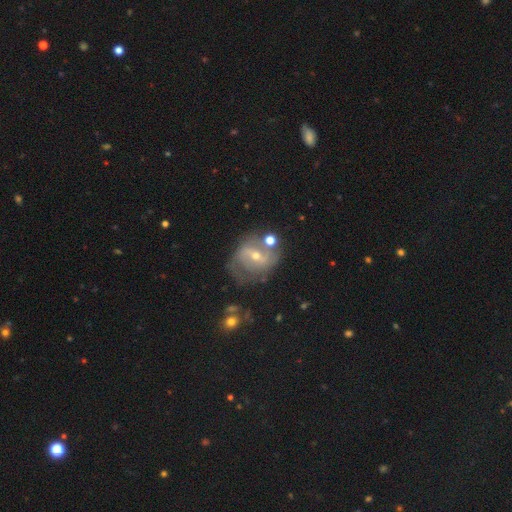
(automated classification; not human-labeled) Smooth or featured: featured or disk — 78% (smooth — 14%)
Edge-on disk: no — 96% (yes — 4%)
Bar: weak — 42% (strong — 40%)
Spiral arms: yes — 83% (no — 17%)
Spiral winding: medium — 43% (loose — 30%)
Spiral arm count: 2 — 68% (can't tell — 19%)
Bulge size: small — 53% (moderate — 44%)
Merging: none — 56% (minor disturbance — 21%)